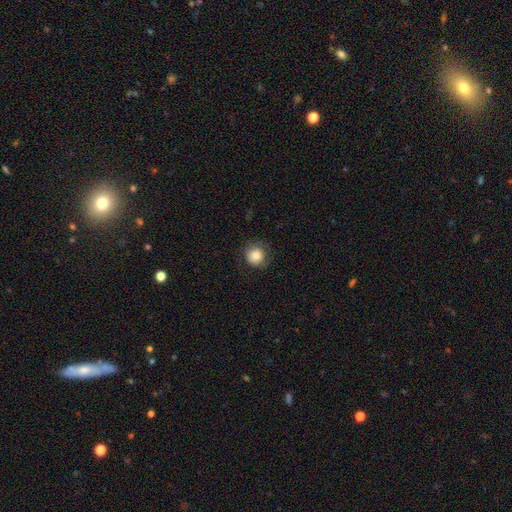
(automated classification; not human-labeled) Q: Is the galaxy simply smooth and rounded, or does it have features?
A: smooth — 81%.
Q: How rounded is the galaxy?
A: round — 91%.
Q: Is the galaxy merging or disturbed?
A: none — 79%.